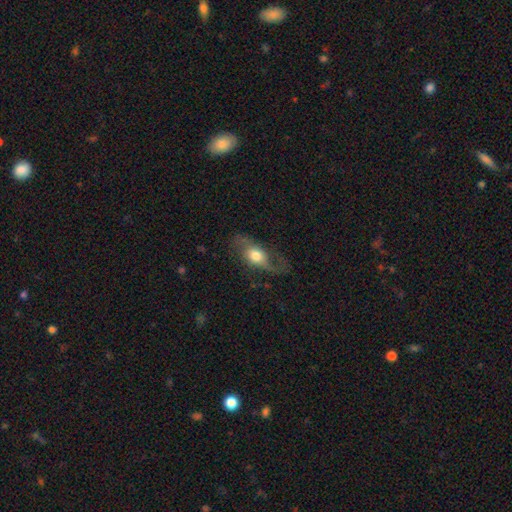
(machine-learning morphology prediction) smooth_or_featured: featured or disk (p=0.61) [alt: smooth p=0.32]
disk_edge_on: no (p=0.86) [alt: yes p=0.14]
bar: no (p=0.71) [alt: weak p=0.22]
has_spiral_arms: yes (p=0.81) [alt: no p=0.19]
bulge_size: moderate (p=0.55) [alt: large p=0.31]
merging: none (p=0.63) [alt: minor disturbance p=0.18]